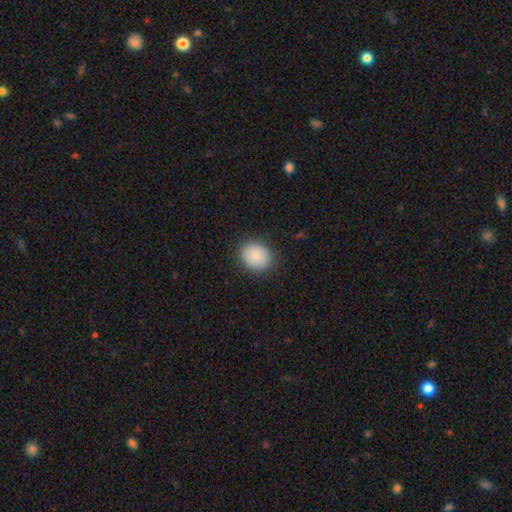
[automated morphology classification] Q: Smooth or featured?
A: smooth (88%); runner-up: star or artifact (8%)
Q: How rounded?
A: round (67%); runner-up: in between (33%)
Q: Merging?
A: none (88%); runner-up: minor disturbance (8%)